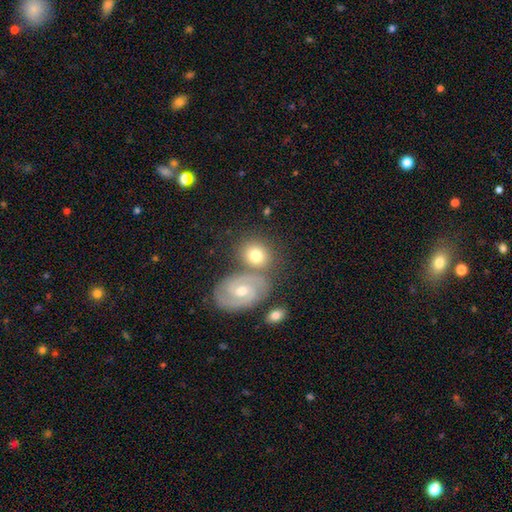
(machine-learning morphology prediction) smooth_or_featured: smooth (p=0.54) [alt: featured or disk p=0.38]
how_rounded: round (p=0.56) [alt: in between p=0.43]
merging: none (p=0.59) [alt: merger p=0.25]